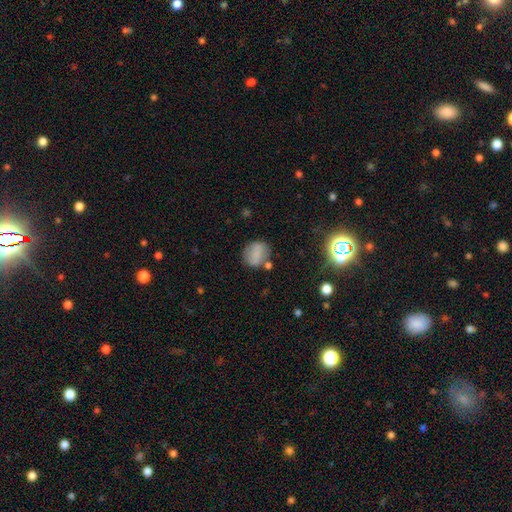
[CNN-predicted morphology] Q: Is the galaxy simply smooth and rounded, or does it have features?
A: smooth — 77%.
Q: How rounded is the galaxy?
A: round — 69%.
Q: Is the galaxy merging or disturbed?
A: none — 73%.